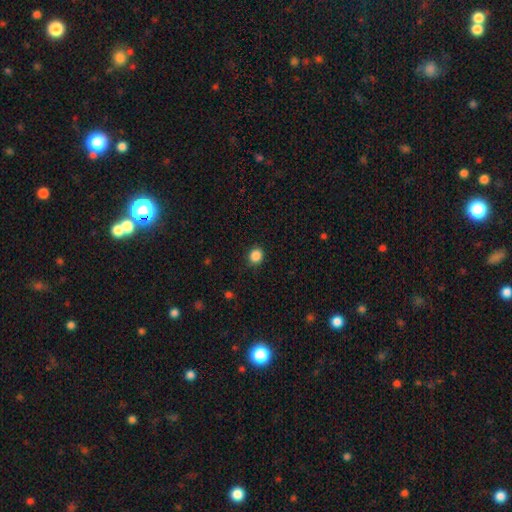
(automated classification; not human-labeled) smooth 87%, star or artifact 10%, featured or disk 3%. Down the decision tree: how rounded — round (76%); merging — none (90%).